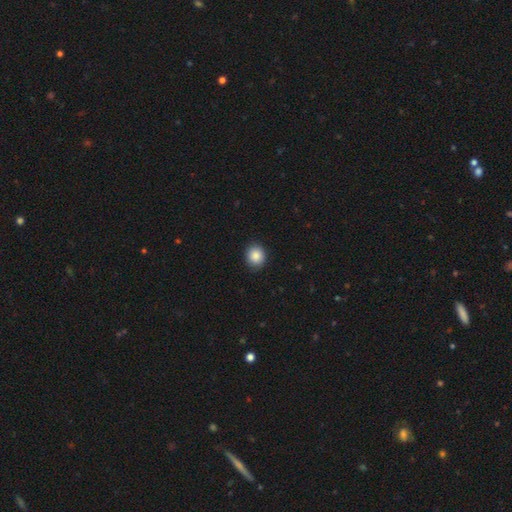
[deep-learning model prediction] smooth-or-featured: smooth: 87% | star or artifact: 9% | featured or disk: 4%
  how-rounded: round: 79% | in between: 20% | cigar-shaped: 1%
  merging: none: 90% | minor disturbance: 8% | major disturbance: 2% | merger: 1%